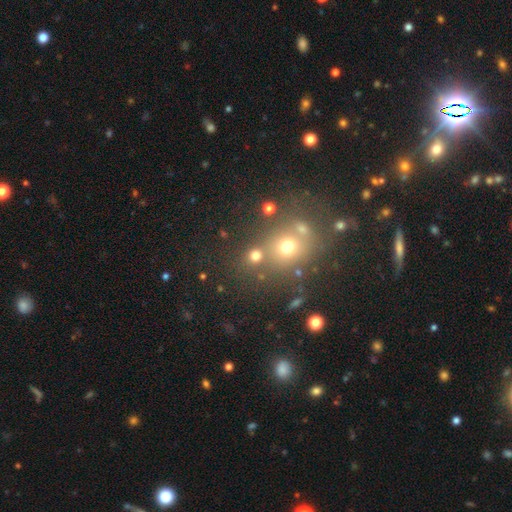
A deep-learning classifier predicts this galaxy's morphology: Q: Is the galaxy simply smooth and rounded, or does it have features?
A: smooth — 73%.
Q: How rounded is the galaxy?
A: round — 85%.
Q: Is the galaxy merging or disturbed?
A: none — 67%.